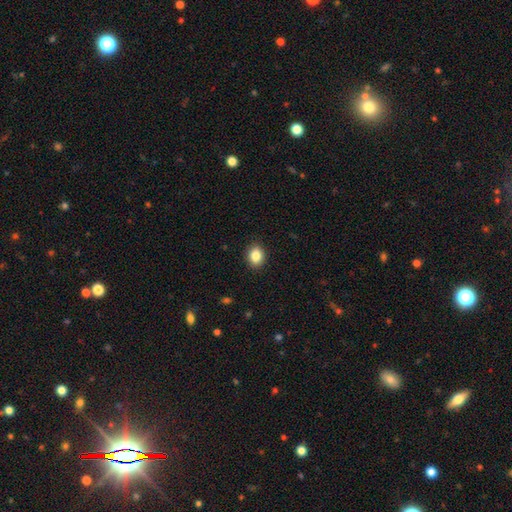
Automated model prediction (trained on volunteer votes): Smooth or featured? smooth (86%)
How rounded? in between (57%)
Merging? none (90%)